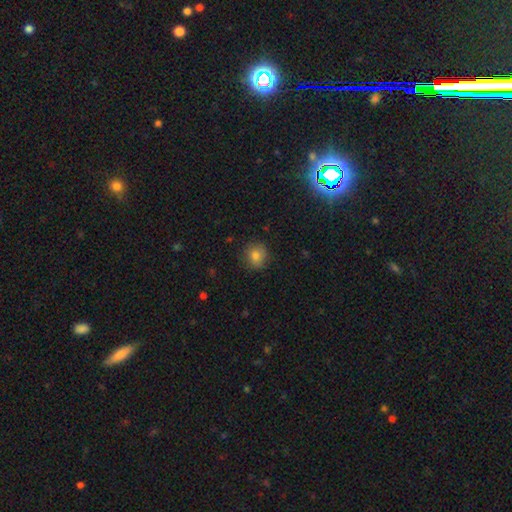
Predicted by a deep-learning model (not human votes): A smooth galaxy with no disk features (81%) that is round (85%).

Vote fractions:
- Smooth or featured? smooth: 81% / star or artifact: 11% / featured or disk: 8%
- How rounded? round: 85% / in between: 14% / cigar-shaped: 1%
- Merging? none: 84% / minor disturbance: 12% / major disturbance: 3% / merger: 1%